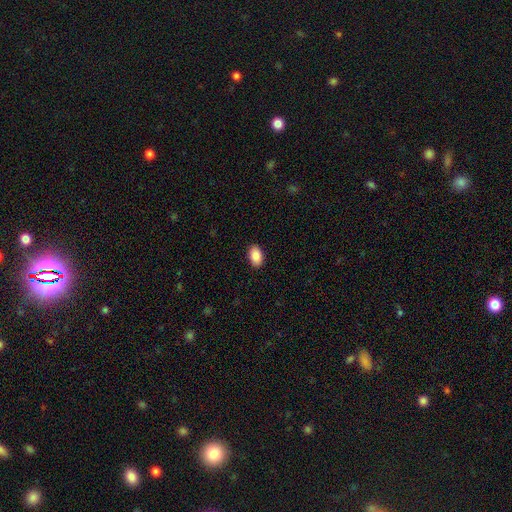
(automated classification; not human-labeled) Smooth or featured? Predicted: smooth (p=0.89). How rounded? Predicted: in between (p=0.91). Merging? Predicted: none (p=0.90).